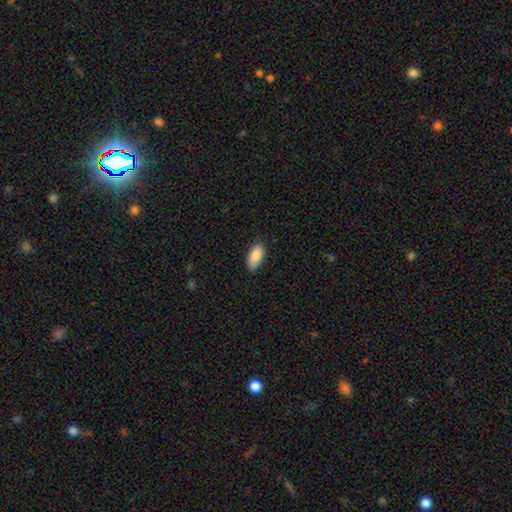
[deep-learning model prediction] Smooth or featured?
  - smooth: 88% *
  - star or artifact: 6%
  - featured or disk: 6%
How rounded?
  - in between: 90% *
  - cigar-shaped: 7%
  - round: 2%
Merging?
  - none: 84% *
  - minor disturbance: 13%
  - major disturbance: 2%
  - merger: 1%